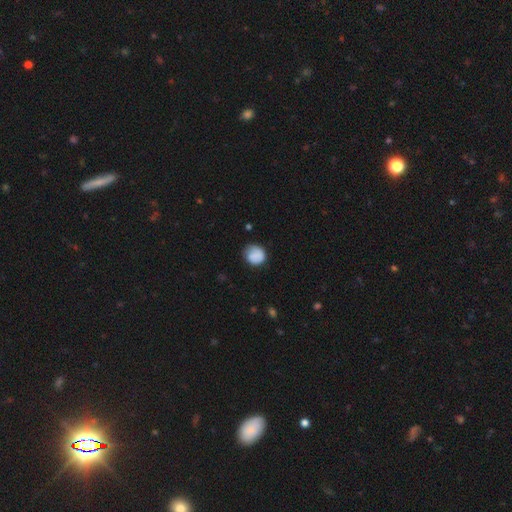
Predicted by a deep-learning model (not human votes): Smooth or featured? Predicted: smooth (p=0.85). How rounded? Predicted: round (p=0.85). Merging? Predicted: none (p=0.69).